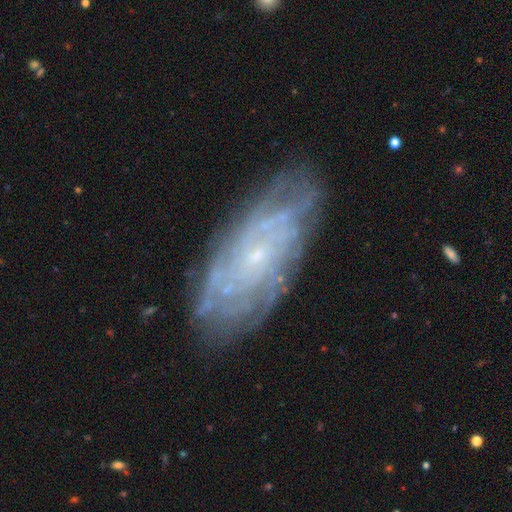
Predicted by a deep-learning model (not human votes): smooth_or_featured: featured or disk (p=0.79) [alt: smooth p=0.14]
disk_edge_on: no (p=0.91) [alt: yes p=0.09]
bar: no (p=0.77) [alt: weak p=0.19]
has_spiral_arms: yes (p=0.88) [alt: no p=0.12]
spiral_winding: tight (p=0.73) [alt: medium p=0.21]
spiral_arm_count: can't tell (p=0.55) [alt: more than 4 p=0.13]
bulge_size: small (p=0.84) [alt: moderate p=0.10]
merging: none (p=0.79) [alt: minor disturbance p=0.15]